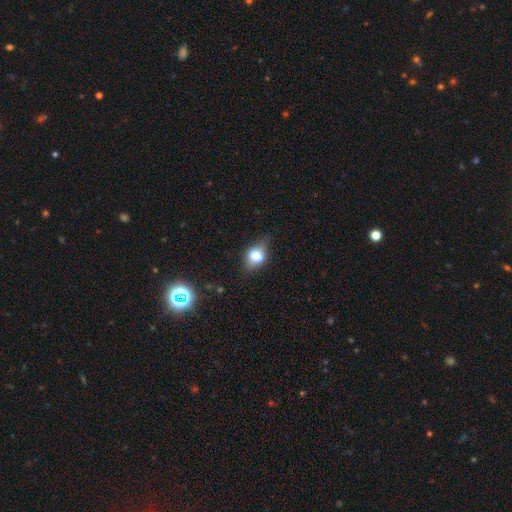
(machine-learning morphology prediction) A smooth galaxy with no disk features (70%) that is in between round and cigar-shaped (64%). Merging: none (66%).